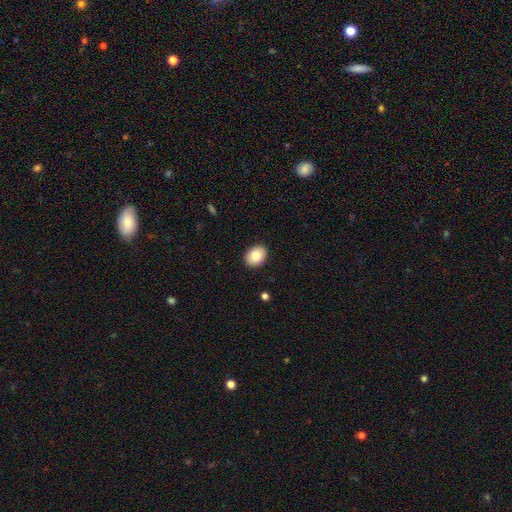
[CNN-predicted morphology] This appears to be a smooth galaxy with no disk features (83%) that is in between round and cigar-shaped (62%). Merging: none (91%).